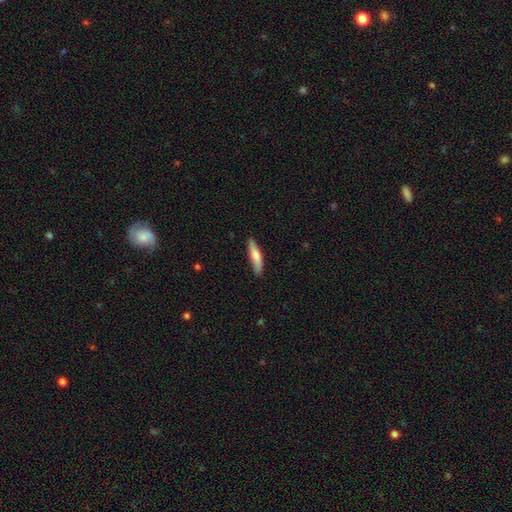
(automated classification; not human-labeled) The model was most divided on "smooth or featured": smooth: 71%, featured or disk: 24%, star or artifact: 5%. More confident: merging — none (79%); how rounded — cigar-shaped (78%).